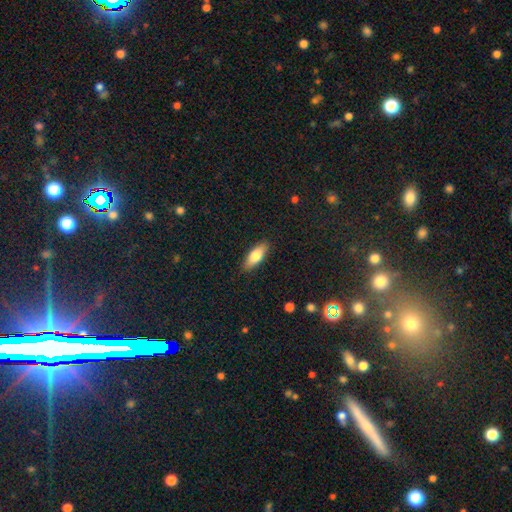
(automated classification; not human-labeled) A smooth galaxy with no disk features (78%) that is in between round and cigar-shaped (72%). Merging: none (88%).